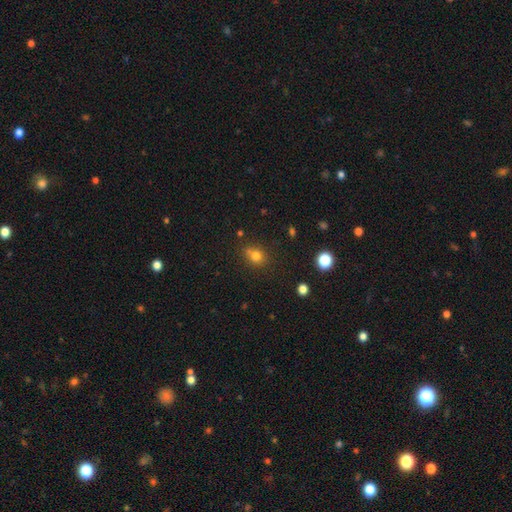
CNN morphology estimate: smooth 75%, star or artifact 16%, featured or disk 9%. Down the decision tree: how rounded — round (73%); merging — none (62%).